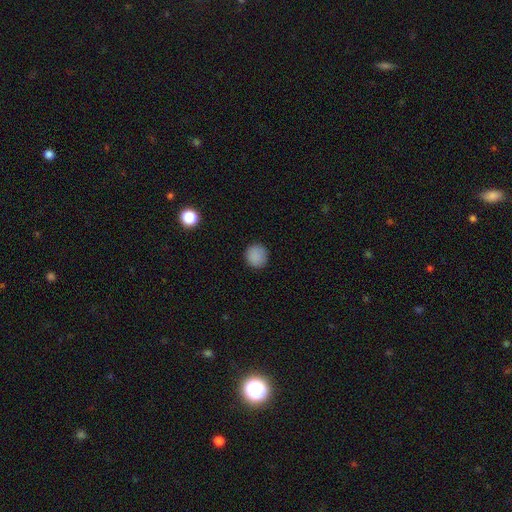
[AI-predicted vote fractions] This is clearly a smooth galaxy (87%). How rounded: clearly round (93%). Merging: clearly none (90%).